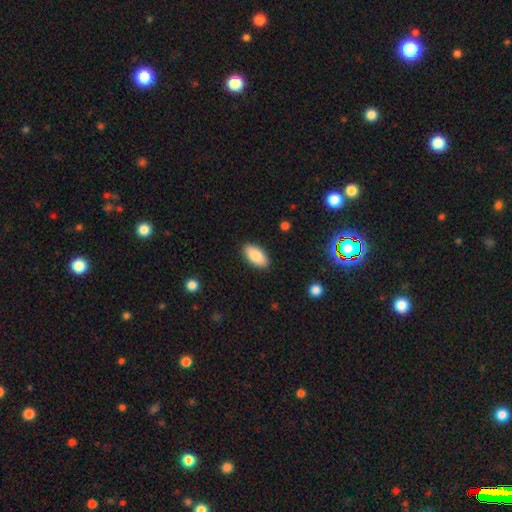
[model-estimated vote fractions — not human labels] smooth-or-featured: smooth: 84% | featured or disk: 10% | star or artifact: 7%
  how-rounded: in between: 92% | cigar-shaped: 5% | round: 3%
  merging: none: 89% | minor disturbance: 8% | major disturbance: 2% | merger: 1%